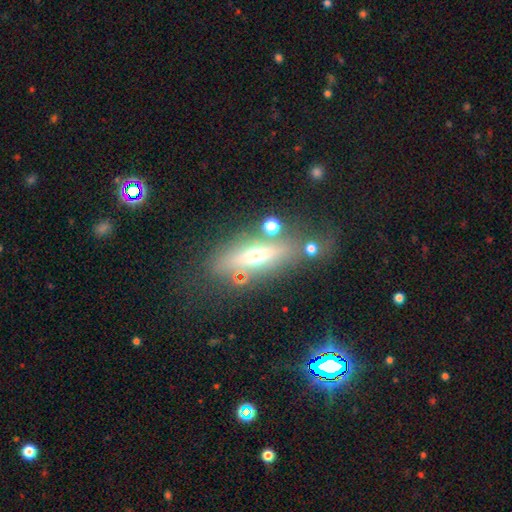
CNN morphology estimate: Smooth or featured? Predicted: featured or disk (p=0.54). Edge-on disk? Predicted: yes (p=0.78). Merging? Predicted: none (p=0.70).